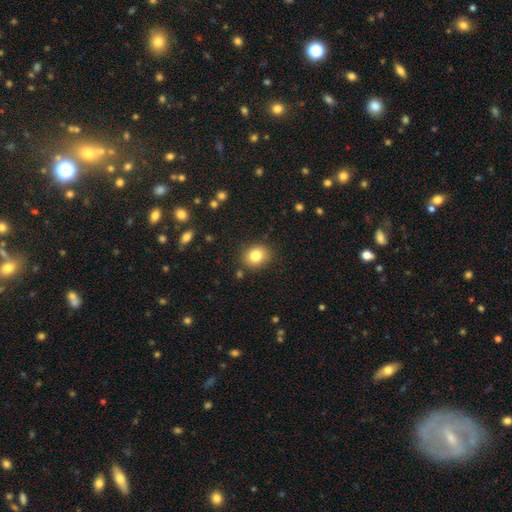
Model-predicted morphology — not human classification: Smooth or featured?
  - smooth: 82% *
  - star or artifact: 10%
  - featured or disk: 8%
How rounded?
  - round: 64% *
  - in between: 35%
  - cigar-shaped: 1%
Merging?
  - none: 86% *
  - minor disturbance: 10%
  - major disturbance: 3%
  - merger: 2%